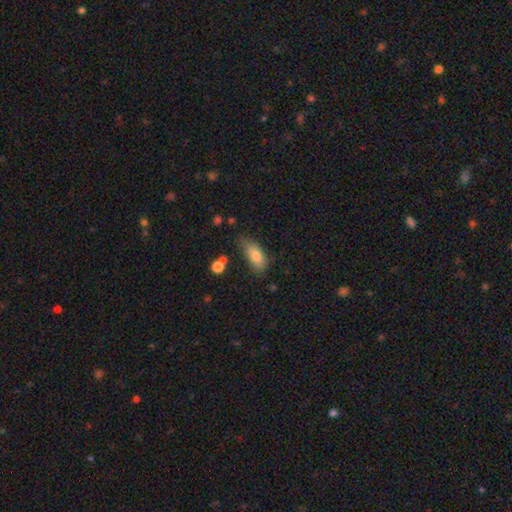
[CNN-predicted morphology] A smooth galaxy with no disk features (80%) that is in between round and cigar-shaped (82%).

Vote fractions:
- Smooth or featured? smooth: 80% / featured or disk: 12% / star or artifact: 8%
- How rounded? in between: 82% / cigar-shaped: 15% / round: 3%
- Merging? none: 60% / minor disturbance: 28% / major disturbance: 8% / merger: 5%